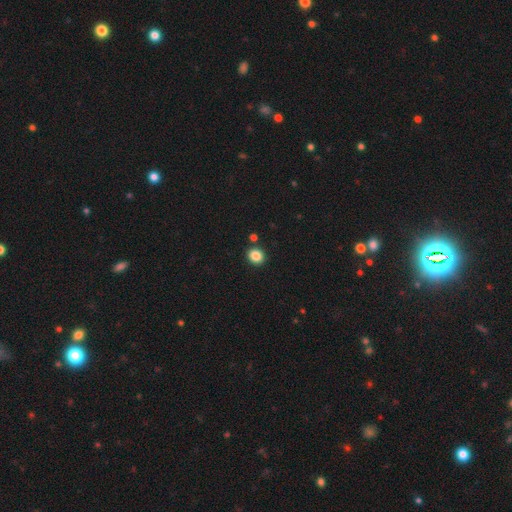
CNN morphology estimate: smooth-or-featured: smooth: 86% | star or artifact: 10% | featured or disk: 4%
  how-rounded: round: 71% | in between: 28% | cigar-shaped: 1%
  merging: none: 86% | minor disturbance: 7% | merger: 5% | major disturbance: 2%